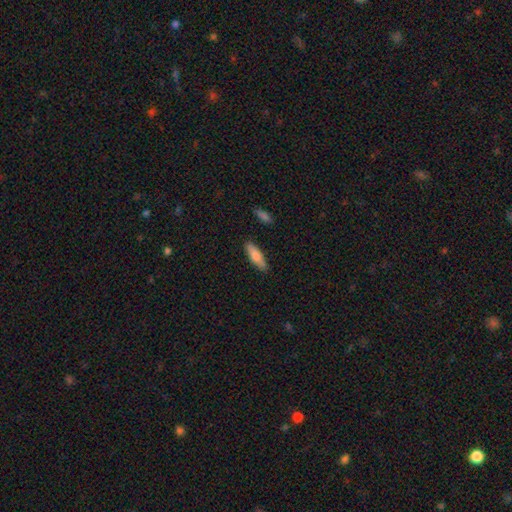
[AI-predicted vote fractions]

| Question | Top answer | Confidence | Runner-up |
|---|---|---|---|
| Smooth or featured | smooth | 76% | featured or disk (18%) |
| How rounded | cigar-shaped | 59% | in between (39%) |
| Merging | none | 85% | minor disturbance (10%) |